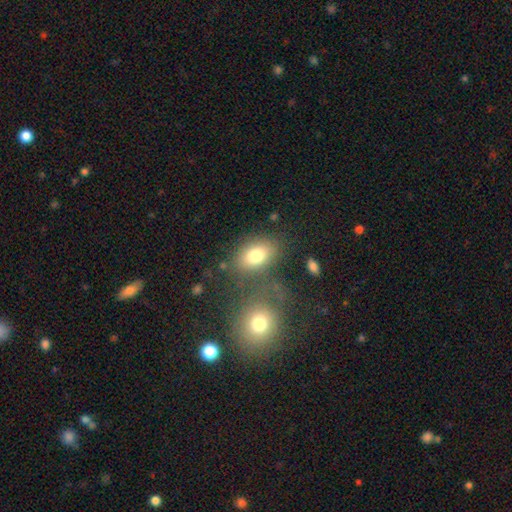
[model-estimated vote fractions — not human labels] Smooth or featured? smooth (79%)
How rounded? in between (84%)
Merging? none (68%)